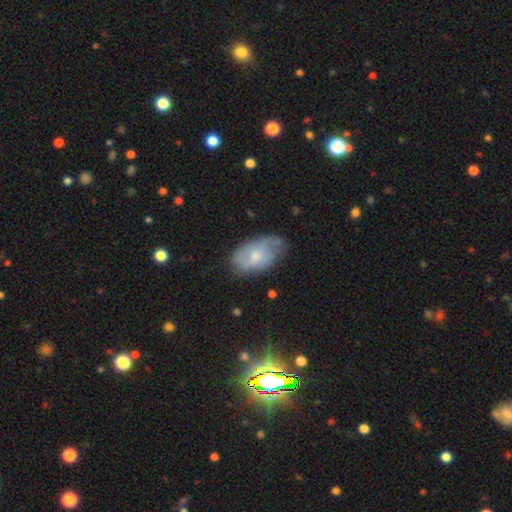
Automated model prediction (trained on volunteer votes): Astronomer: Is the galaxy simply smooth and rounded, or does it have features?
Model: featured or disk — 49% (runner-up: smooth, 44%).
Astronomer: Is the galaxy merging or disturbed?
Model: none — 58%.